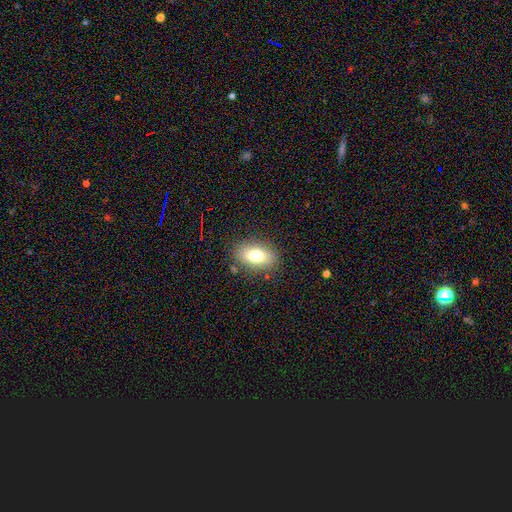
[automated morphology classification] Smooth or featured: smooth — 74% (featured or disk — 16%)
How rounded: in between — 83% (round — 15%)
Merging: none — 84% (minor disturbance — 11%)